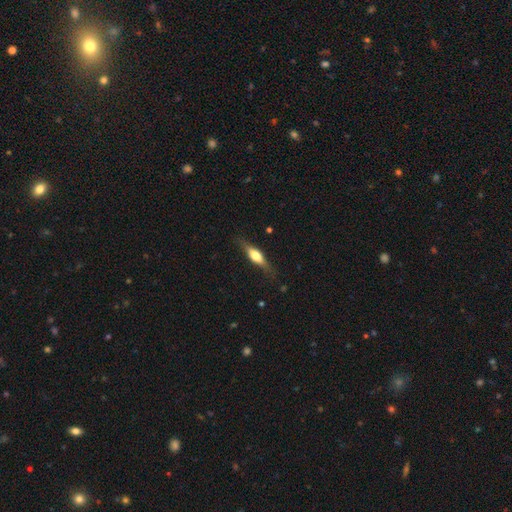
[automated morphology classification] Overall: featured or disk (49%; smooth 45%). Merging: none (79%).